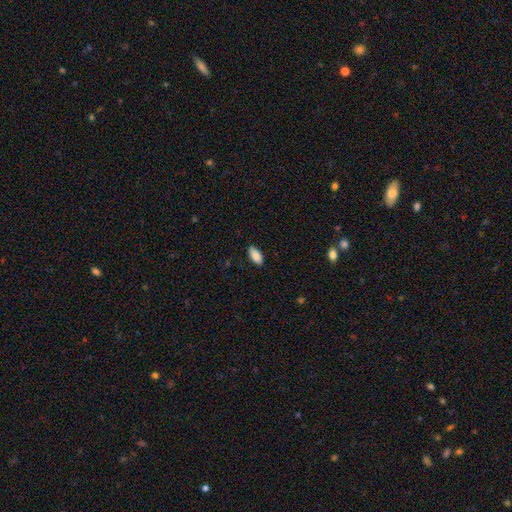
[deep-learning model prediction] A smooth galaxy with no disk features (89%) that is in between round and cigar-shaped (90%). Merging: none (85%).